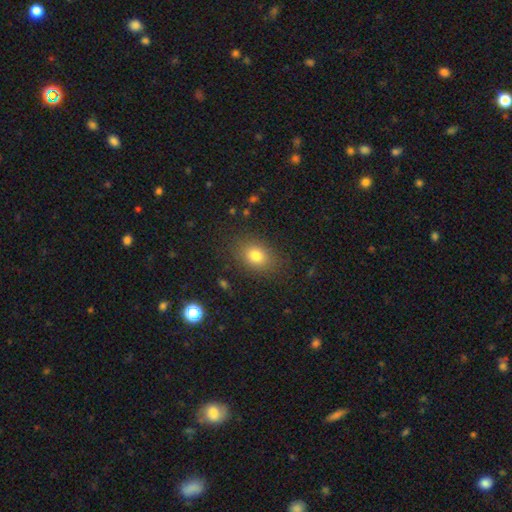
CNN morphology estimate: Smooth or featured? Predicted: smooth (p=0.78). How rounded? Predicted: in between (p=0.67). Merging? Predicted: none (p=0.84).